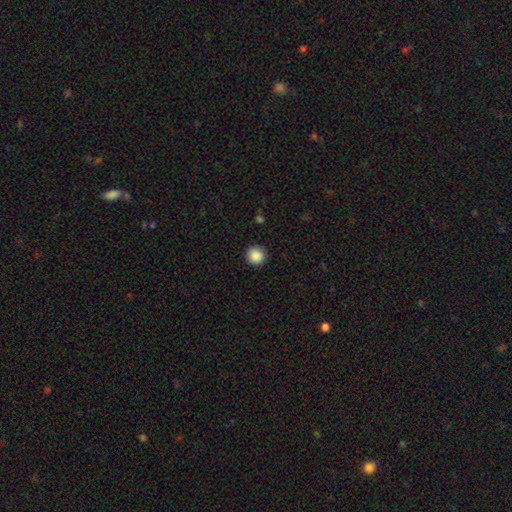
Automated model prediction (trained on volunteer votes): Smooth or featured: smooth — 88% (star or artifact — 9%)
How rounded: round — 95% (in between — 4%)
Merging: none — 91% (minor disturbance — 6%)